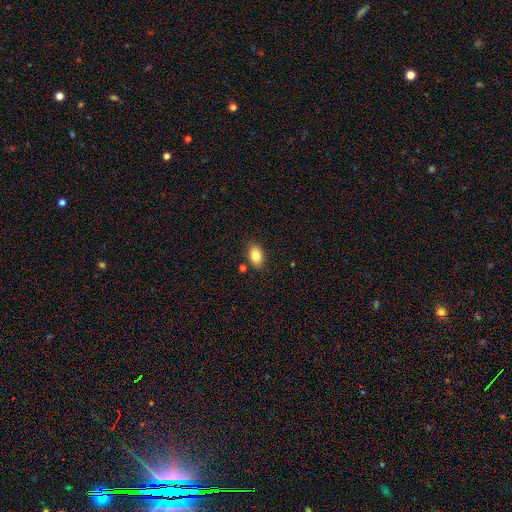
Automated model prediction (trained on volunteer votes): smooth-or-featured: smooth: 82% | featured or disk: 10% | star or artifact: 8%
  how-rounded: in between: 86% | round: 12% | cigar-shaped: 1%
  merging: none: 83% | minor disturbance: 11% | merger: 4% | major disturbance: 2%